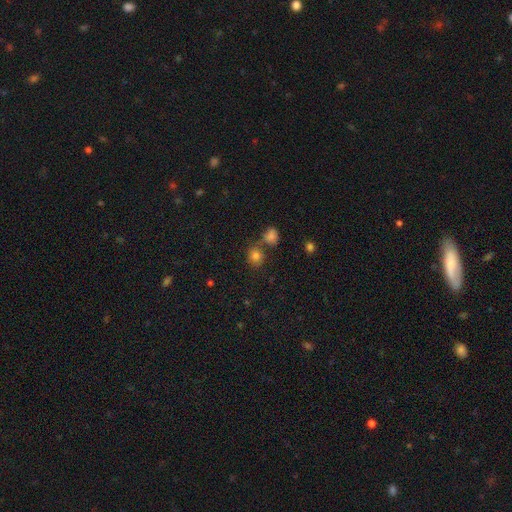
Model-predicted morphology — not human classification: This appears to be a smooth galaxy with no disk features (80%) that is round (77%). Merging: none (63%).